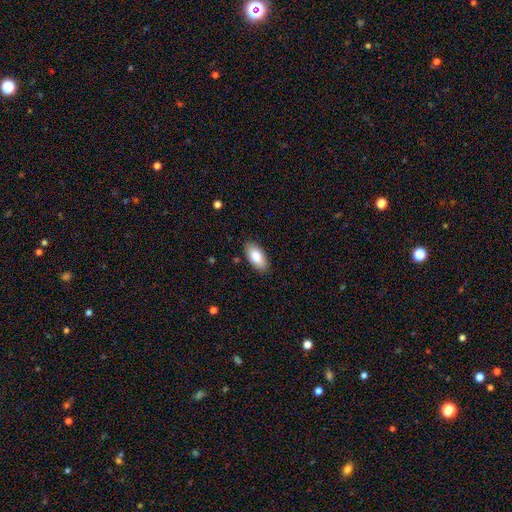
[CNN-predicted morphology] This is likely a smooth galaxy (80%). How rounded: clearly in between (92%). Merging: clearly none (87%).